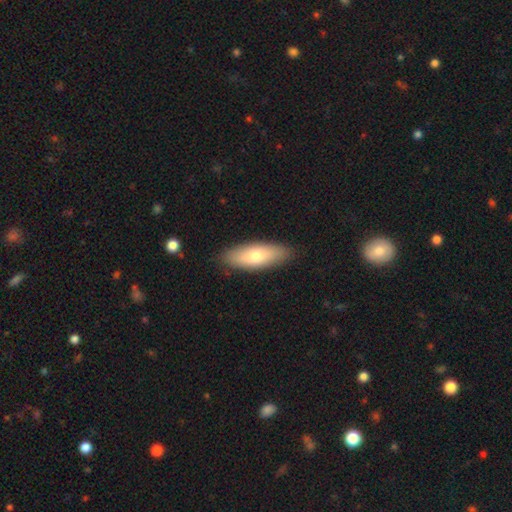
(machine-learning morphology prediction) A smooth galaxy with no disk features (70%) that is in between round and cigar-shaped (65%).

Vote fractions:
- Smooth or featured? smooth: 70% / featured or disk: 24% / star or artifact: 6%
- How rounded? in between: 65% / cigar-shaped: 32% / round: 2%
- Merging? none: 88% / minor disturbance: 9% / major disturbance: 2% / merger: 1%